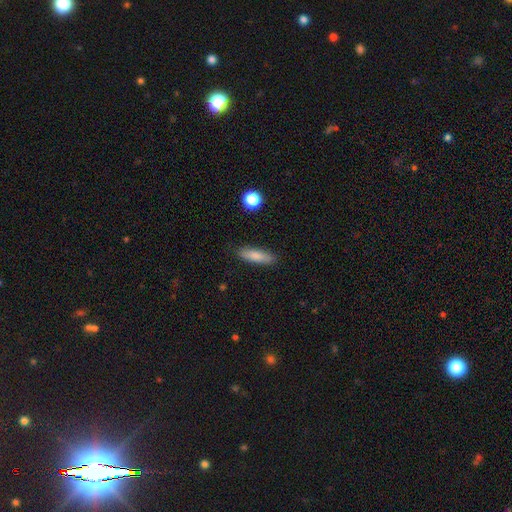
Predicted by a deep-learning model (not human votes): Smooth or featured?
  - smooth: 82% *
  - featured or disk: 11%
  - star or artifact: 7%
How rounded?
  - cigar-shaped: 65% *
  - in between: 33%
  - round: 2%
Merging?
  - none: 87% *
  - minor disturbance: 10%
  - major disturbance: 2%
  - merger: 1%